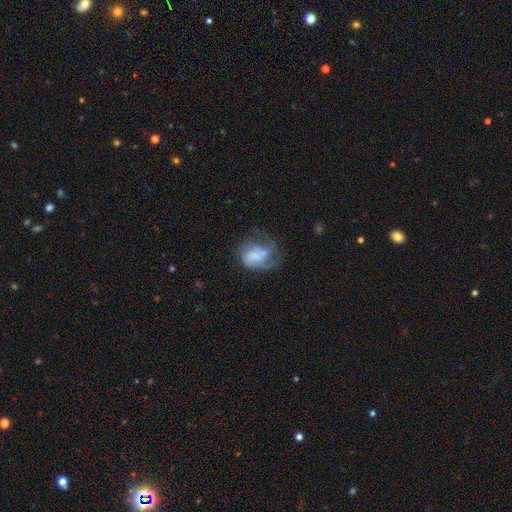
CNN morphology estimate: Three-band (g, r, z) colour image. It shows a featured or disk galaxy (52%) with no bar (68%), spiral arms (68%) and no central bulge (40%). Merging: major disturbance (37%).